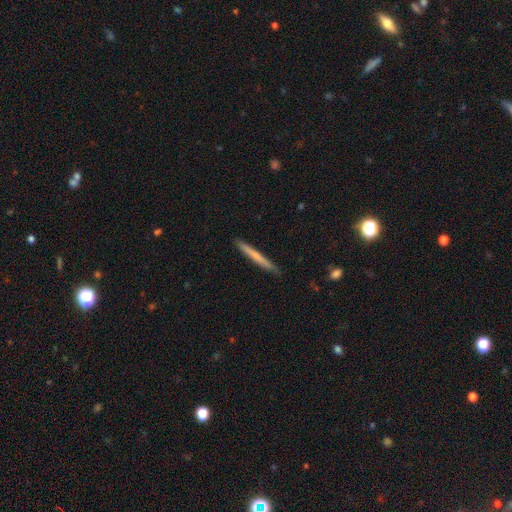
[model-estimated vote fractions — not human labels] Smooth or featured?
  - smooth: 62% *
  - featured or disk: 33%
  - star or artifact: 5%
How rounded?
  - cigar-shaped: 97% *
  - in between: 2%
  - round: 1%
Merging?
  - none: 91% *
  - minor disturbance: 7%
  - major disturbance: 1%
  - merger: 1%